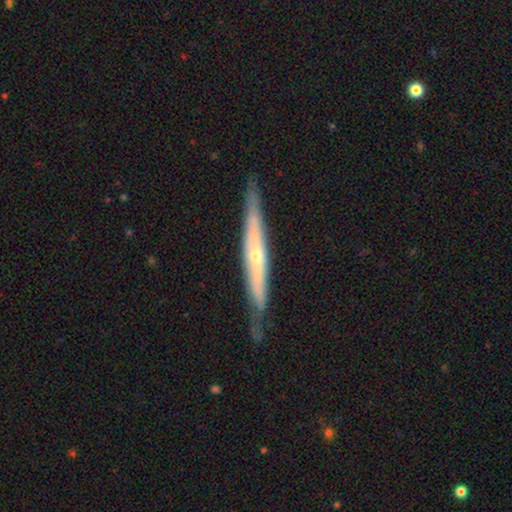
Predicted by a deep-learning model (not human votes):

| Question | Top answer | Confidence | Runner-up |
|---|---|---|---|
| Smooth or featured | featured or disk | 70% | smooth (24%) |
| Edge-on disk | yes | 90% | no (10%) |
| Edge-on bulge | rounded | 66% | none (30%) |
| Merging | none | 81% | minor disturbance (15%) |